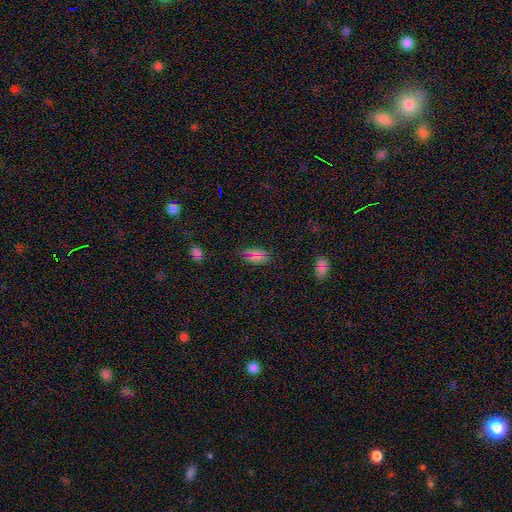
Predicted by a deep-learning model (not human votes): Smooth or featured? Predicted: smooth (p=0.69). How rounded? Predicted: in between (p=0.91). Merging? Predicted: none (p=0.80).